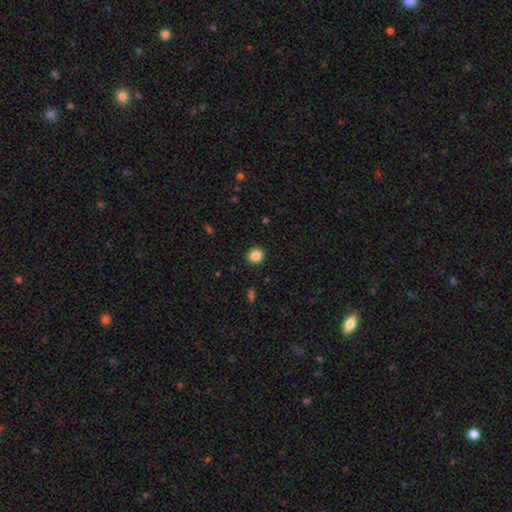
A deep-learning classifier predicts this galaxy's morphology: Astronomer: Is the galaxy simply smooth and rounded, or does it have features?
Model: smooth — 85%.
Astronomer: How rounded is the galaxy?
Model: round — 88%.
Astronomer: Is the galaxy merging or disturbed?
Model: none — 92%.